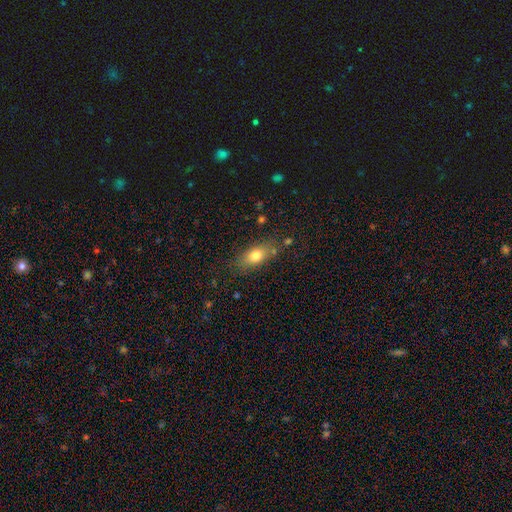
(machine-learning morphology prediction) This appears to be a smooth galaxy with no disk features (75%) that is in between round and cigar-shaped (78%). Merging: none (75%).